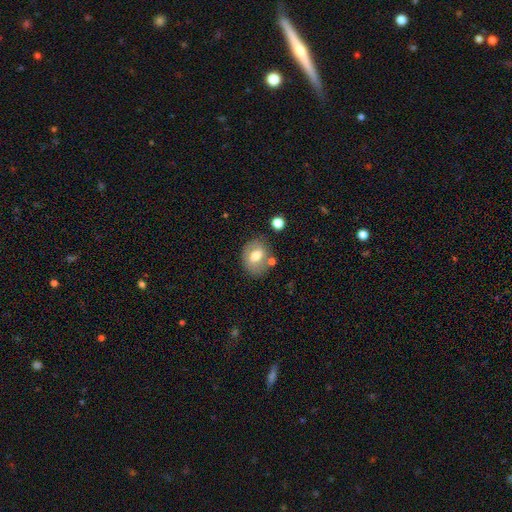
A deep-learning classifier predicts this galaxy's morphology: This is likely a smooth galaxy (64%). How rounded: possibly in between (53%). Merging: likely none (70%).